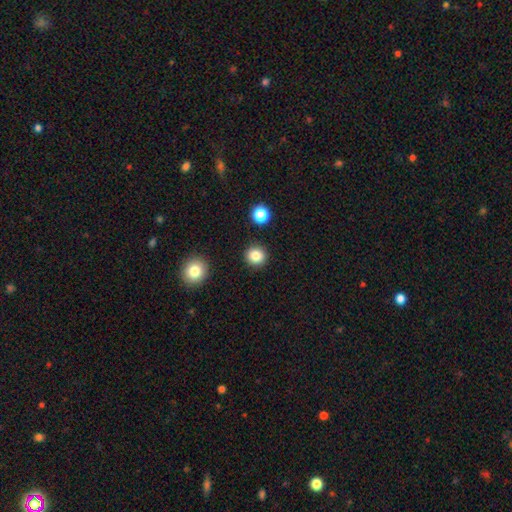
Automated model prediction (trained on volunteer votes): A smooth galaxy with no disk features (84%) that is round (93%). Merging: none (90%).